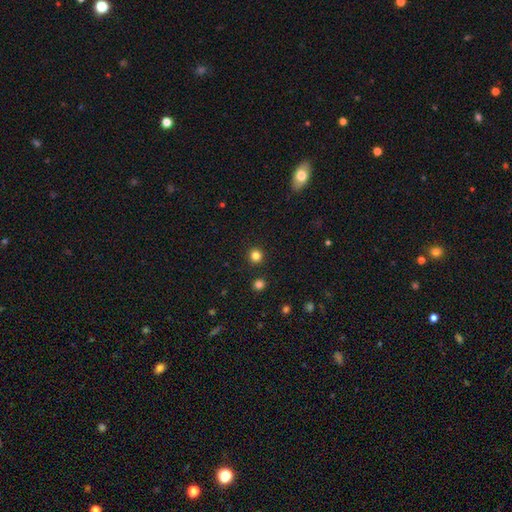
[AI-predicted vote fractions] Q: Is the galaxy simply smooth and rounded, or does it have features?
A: smooth — 82%.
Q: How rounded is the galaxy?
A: round — 94%.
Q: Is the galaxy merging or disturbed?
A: none — 92%.